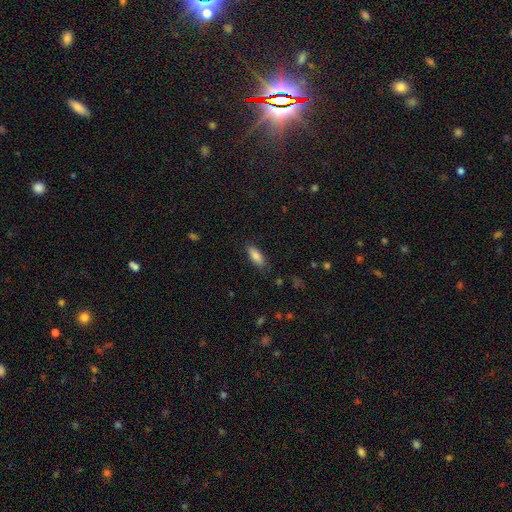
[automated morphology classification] type=smooth (85%); roundness=in between (75%); merging=none (83%).